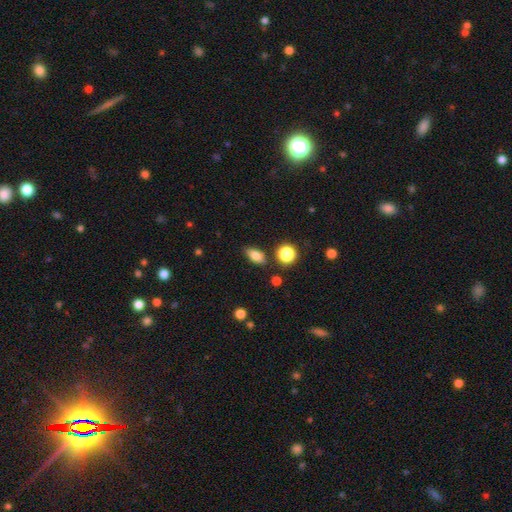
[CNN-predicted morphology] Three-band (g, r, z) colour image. It shows a smooth galaxy with no disk features (81%) that is in between round and cigar-shaped (82%). Merging: none (82%).